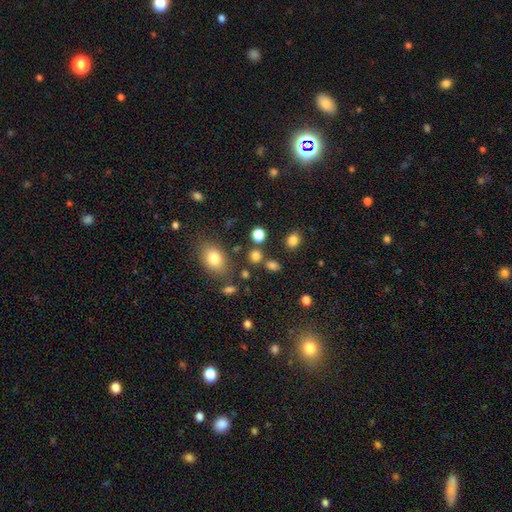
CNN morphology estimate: A smooth galaxy with no disk features (78%) that is round (69%).

Vote fractions:
- Smooth or featured? smooth: 78% / star or artifact: 16% / featured or disk: 6%
- How rounded? round: 69% / in between: 29% / cigar-shaped: 2%
- Merging? none: 74% / merger: 13% / minor disturbance: 10% / major disturbance: 4%